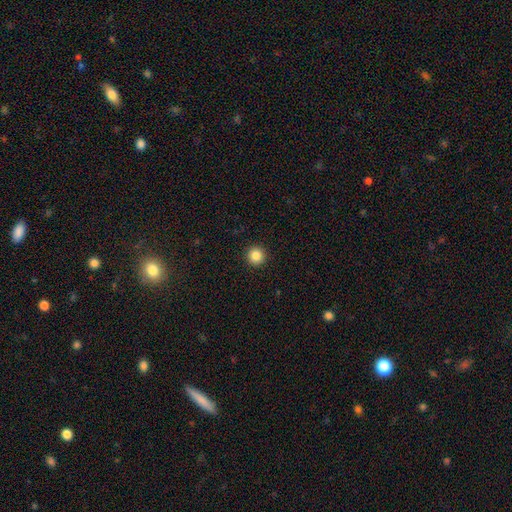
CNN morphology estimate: The model was most divided on "smooth or featured": smooth: 86%, star or artifact: 10%, featured or disk: 4%. More confident: how rounded — round (96%); merging — none (94%).